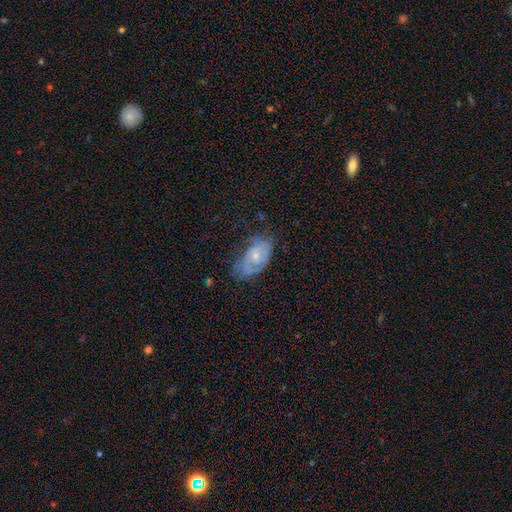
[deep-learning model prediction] Morphology: type=featured or disk (70%); edge-on=no (95%); bar=no (72%); spiral arms=yes (83%); winding=tight (55%); arm count=2 (45%); bulge=small (60%); merging=none (56%).